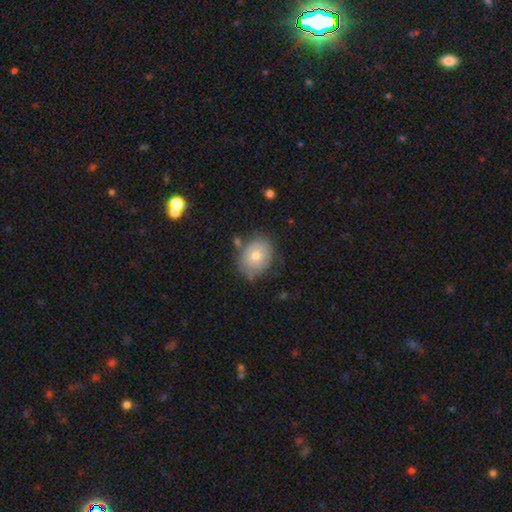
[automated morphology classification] Overall: smooth (72%). How rounded: round (54%; in between 45%). Merging: none (74%).